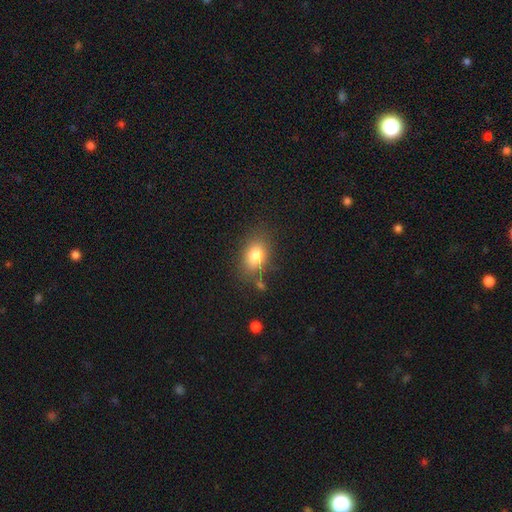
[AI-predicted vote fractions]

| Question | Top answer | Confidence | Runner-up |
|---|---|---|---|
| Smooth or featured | smooth | 81% | star or artifact (10%) |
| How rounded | in between | 76% | round (23%) |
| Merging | none | 74% | minor disturbance (16%) |